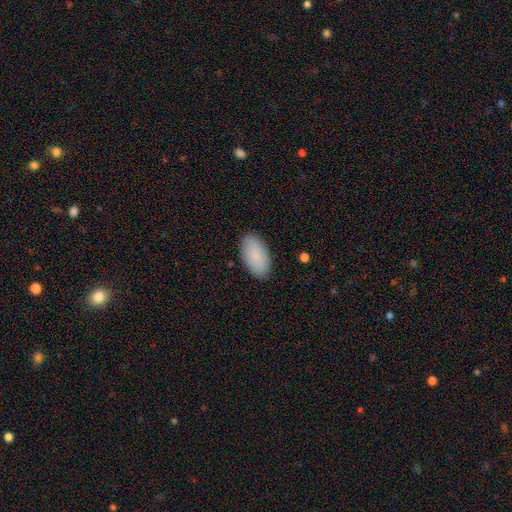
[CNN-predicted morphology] Smooth or featured? smooth (88%)
How rounded? in between (95%)
Merging? none (89%)